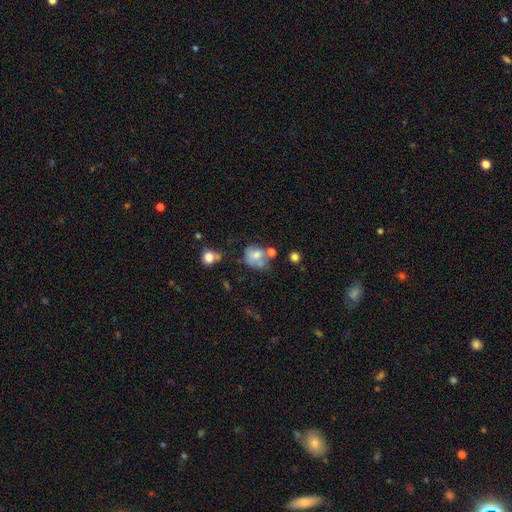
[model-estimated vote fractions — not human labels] The model was most divided on "merging": none: 34%, merger: 25%, minor disturbance: 23%, major disturbance: 18%. More confident: smooth or featured — smooth (62%); how rounded — round (59%).